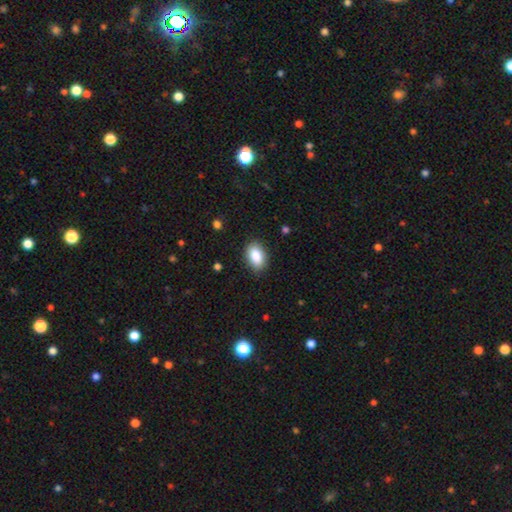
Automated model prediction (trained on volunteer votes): Smooth or featured?
  - smooth: 87% *
  - star or artifact: 7%
  - featured or disk: 6%
How rounded?
  - in between: 90% *
  - round: 8%
  - cigar-shaped: 2%
Merging?
  - none: 85% *
  - minor disturbance: 11%
  - major disturbance: 2%
  - merger: 1%